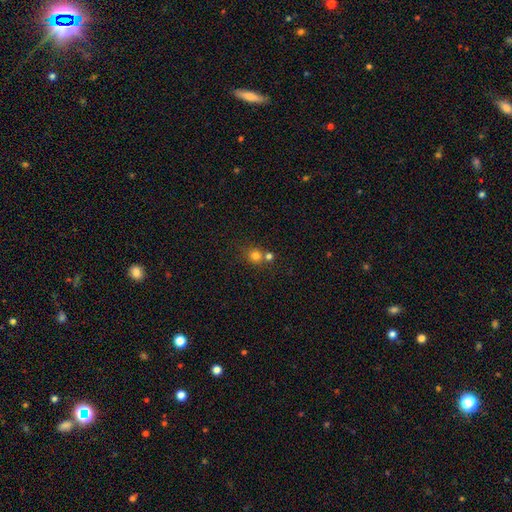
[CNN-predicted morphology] The model was most divided on "merging": none: 55%, merger: 34%, minor disturbance: 8%, major disturbance: 3%. More confident: how rounded — round (84%); smooth or featured — smooth (78%).